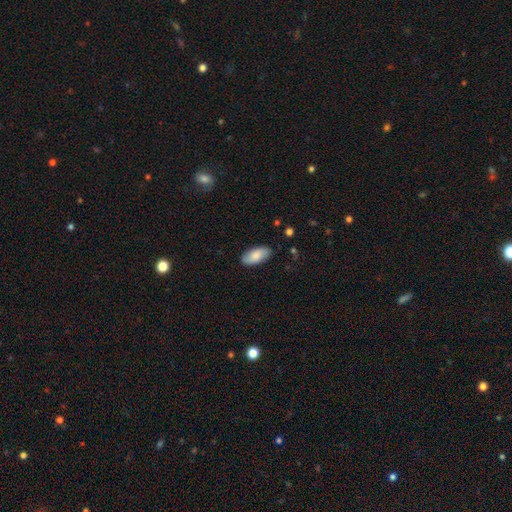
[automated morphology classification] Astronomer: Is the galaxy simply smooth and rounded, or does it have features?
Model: smooth — 80%.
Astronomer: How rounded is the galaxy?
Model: in between — 91%.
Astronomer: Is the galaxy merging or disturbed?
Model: none — 86%.